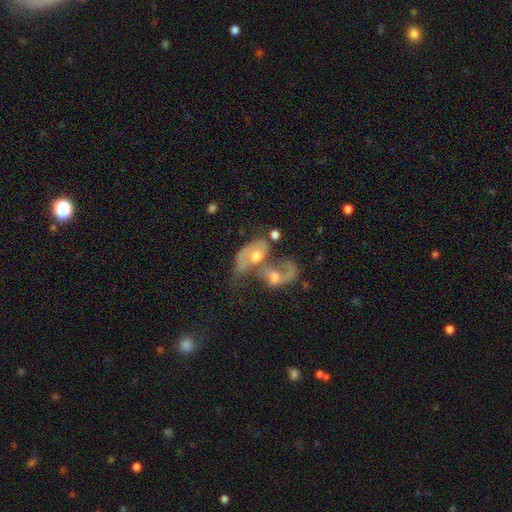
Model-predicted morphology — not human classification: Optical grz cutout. It shows a featured or disk galaxy (62%) with no bar (74%), spiral arms (60%) and a moderate central bulge (66%). Merging: merger (76%).